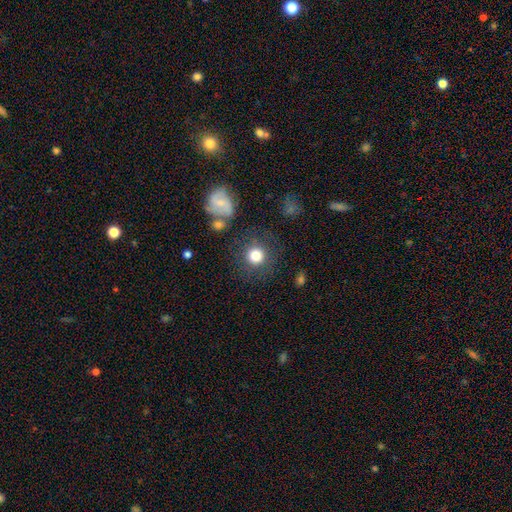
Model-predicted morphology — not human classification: A smooth galaxy with no disk features (80%) that is round (92%). Merging: none (78%).